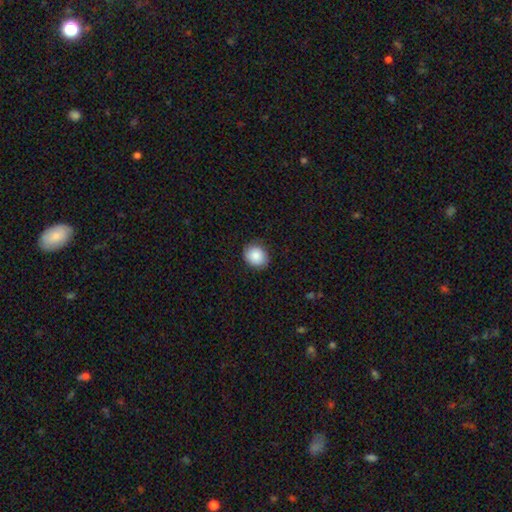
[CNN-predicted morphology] Overall: smooth (87%). How rounded: round (68%; in between 31%). Merging: none (85%).